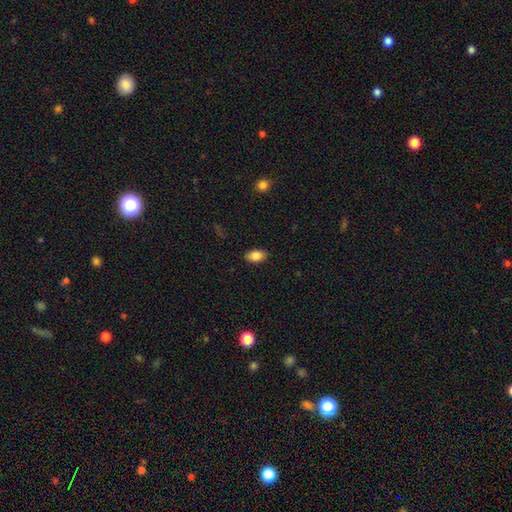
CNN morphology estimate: This appears to be a smooth galaxy with no disk features (85%) that is in between round and cigar-shaped (91%). Merging: none (88%).